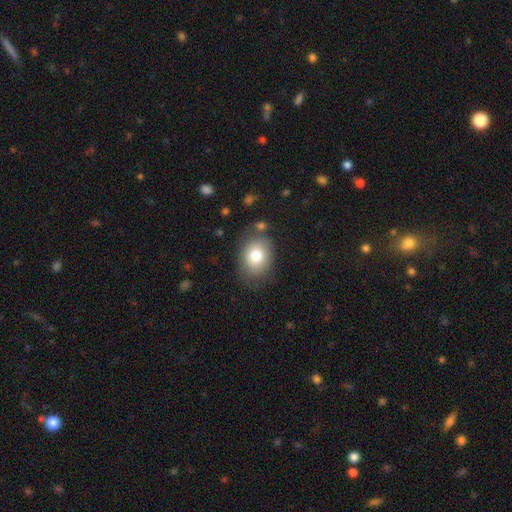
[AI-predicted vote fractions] Smooth or featured?
  - smooth: 77% *
  - featured or disk: 14%
  - star or artifact: 9%
How rounded?
  - in between: 60% *
  - round: 39%
  - cigar-shaped: 1%
Merging?
  - none: 71% *
  - minor disturbance: 18%
  - major disturbance: 6%
  - merger: 4%